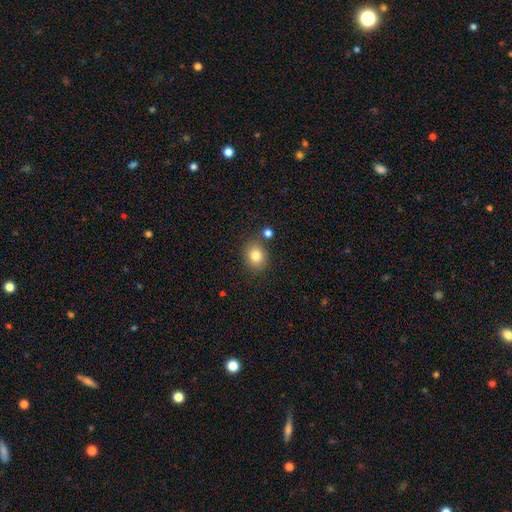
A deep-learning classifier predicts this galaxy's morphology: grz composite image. It shows a smooth galaxy with no disk features (82%) that is round (67%). Merging: none (79%).